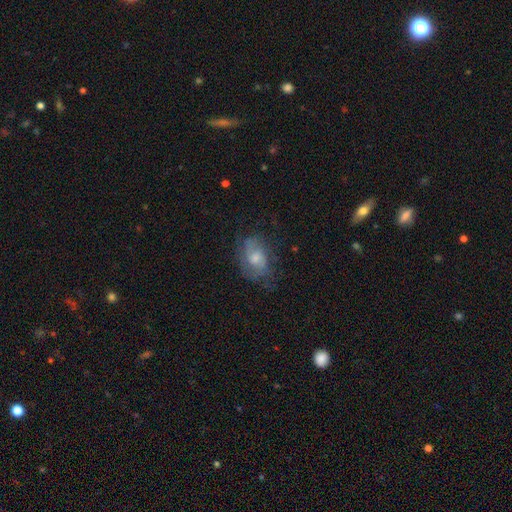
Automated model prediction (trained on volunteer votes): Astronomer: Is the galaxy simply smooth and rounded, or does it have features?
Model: featured or disk — 54% (runner-up: smooth, 35%).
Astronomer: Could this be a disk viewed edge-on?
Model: no — 96%.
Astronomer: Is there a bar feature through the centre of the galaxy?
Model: no — 64%.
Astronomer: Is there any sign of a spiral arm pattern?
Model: yes — 75%.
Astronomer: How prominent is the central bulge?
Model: moderate — 52% (runner-up: small, 31%).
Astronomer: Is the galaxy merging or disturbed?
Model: none — 60%.